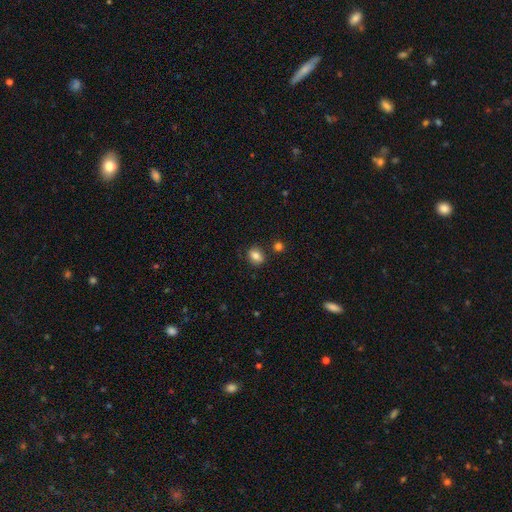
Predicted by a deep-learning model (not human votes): This appears to be a smooth galaxy with no disk features (81%) that is in between round and cigar-shaped (56%). Merging: none (80%).